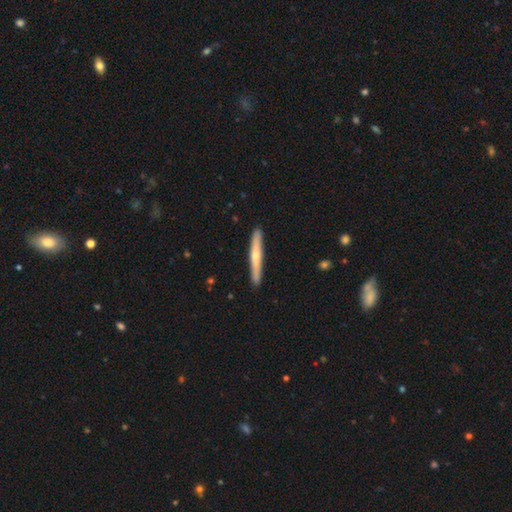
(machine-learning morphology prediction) type=featured or disk (52%); edge-on=yes (95%); merging=none (91%).